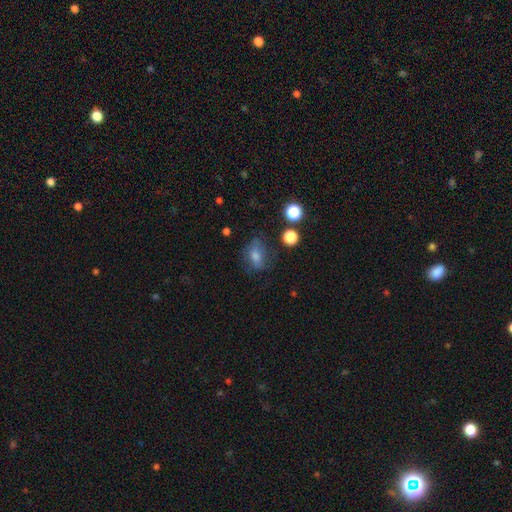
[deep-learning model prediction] Overall: smooth (61%). How rounded: in between (65%; round 32%). Merging: none (64%).